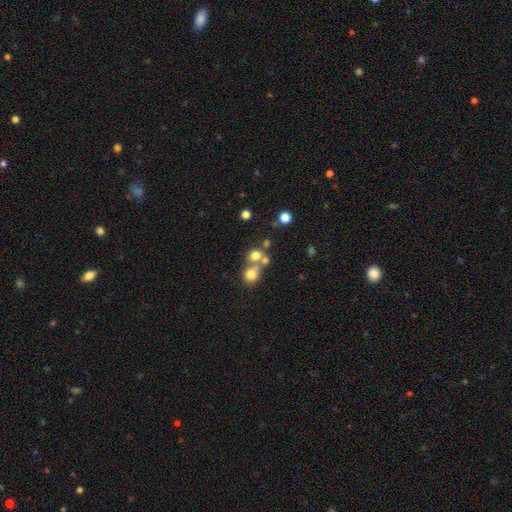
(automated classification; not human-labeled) smooth_or_featured: smooth (p=0.69) [alt: star or artifact p=0.16]
how_rounded: round (p=0.83) [alt: in between p=0.16]
merging: none (p=0.45) [alt: merger p=0.43]